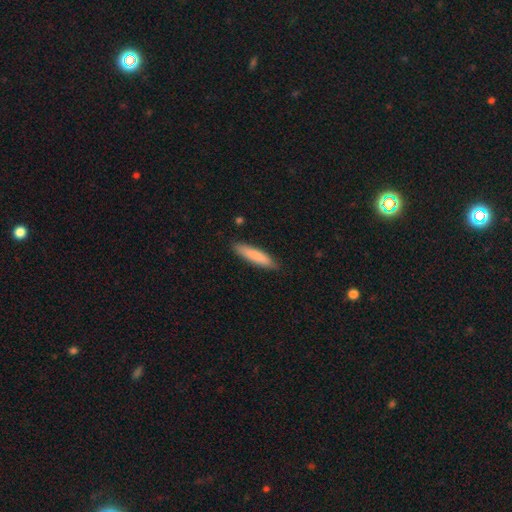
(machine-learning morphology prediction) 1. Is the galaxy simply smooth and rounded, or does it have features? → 84% smooth, 11% featured or disk, 6% star or artifact.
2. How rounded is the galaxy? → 82% cigar-shaped, 17% in between, 1% round.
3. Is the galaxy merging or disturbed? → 87% none, 10% minor disturbance, 2% major disturbance, 1% merger.